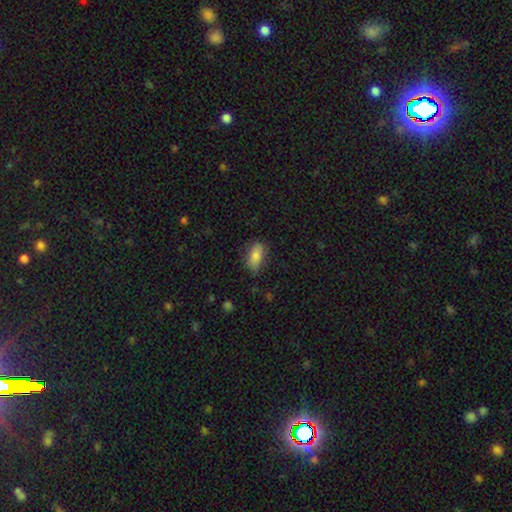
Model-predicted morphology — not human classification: smooth_or_featured: smooth (p=0.81) [alt: featured or disk p=0.11]
how_rounded: in between (p=0.87) [alt: cigar-shaped p=0.09]
merging: none (p=0.73) [alt: minor disturbance p=0.21]